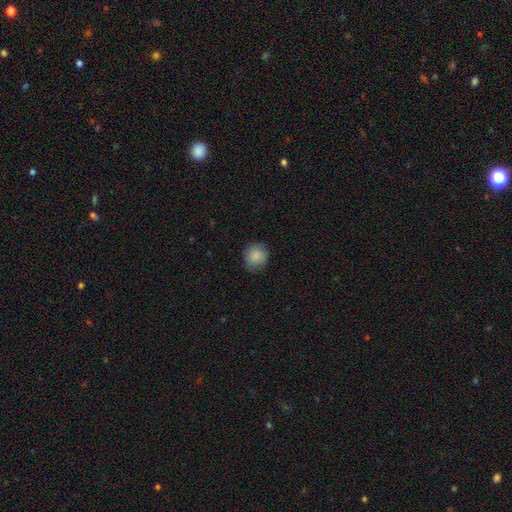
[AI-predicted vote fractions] Smooth or featured? Predicted: smooth (p=0.87). How rounded? Predicted: round (p=0.88). Merging? Predicted: none (p=0.85).